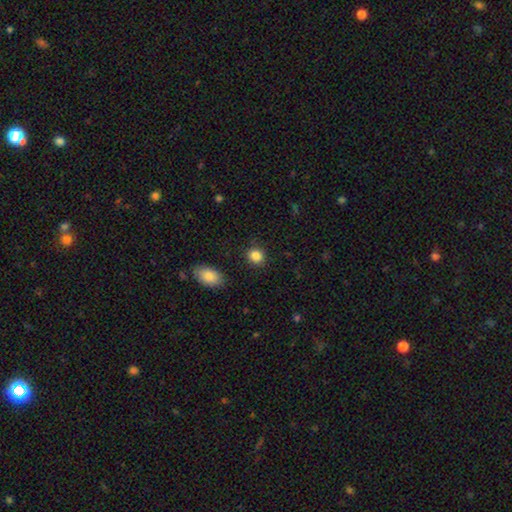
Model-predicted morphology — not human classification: This appears to be a smooth galaxy with no disk features (87%) that is round (72%). Merging: none (87%).